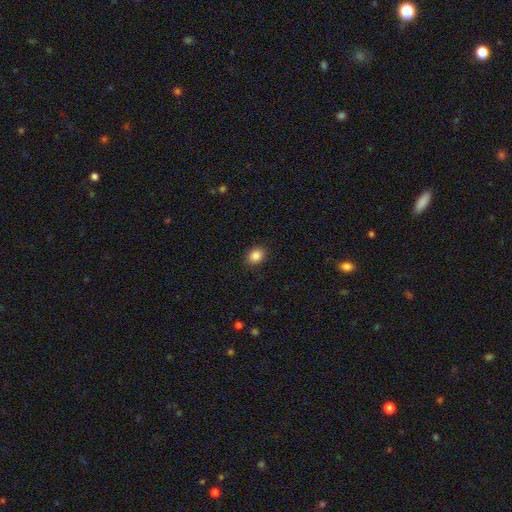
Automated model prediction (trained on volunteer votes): Morphology: type=smooth (87%); roundness=round (56%); merging=none (89%).